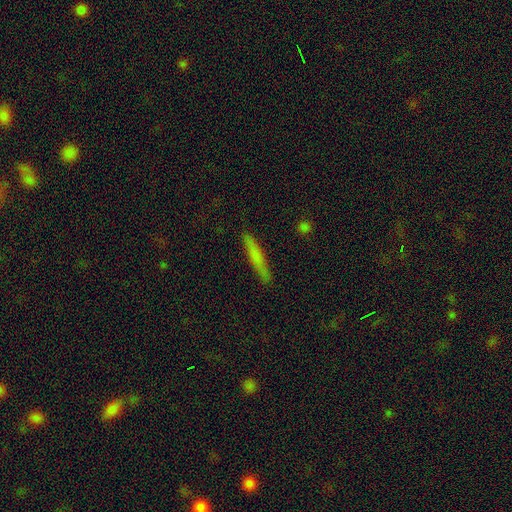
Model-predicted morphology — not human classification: type=smooth (66%); roundness=cigar-shaped (94%); merging=none (89%).